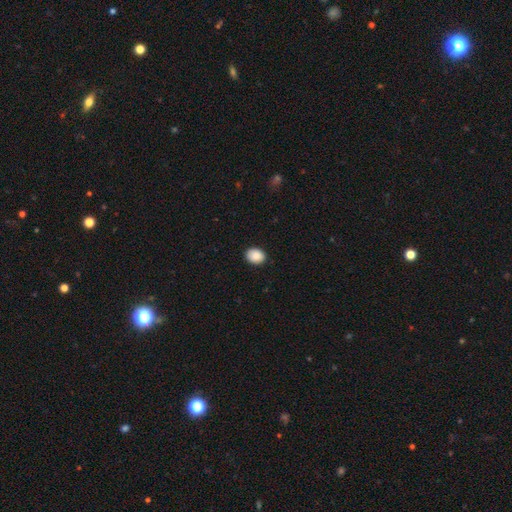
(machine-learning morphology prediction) Smooth or featured: smooth — 90% (star or artifact — 7%)
How rounded: in between — 56% (round — 43%)
Merging: none — 89% (minor disturbance — 8%)